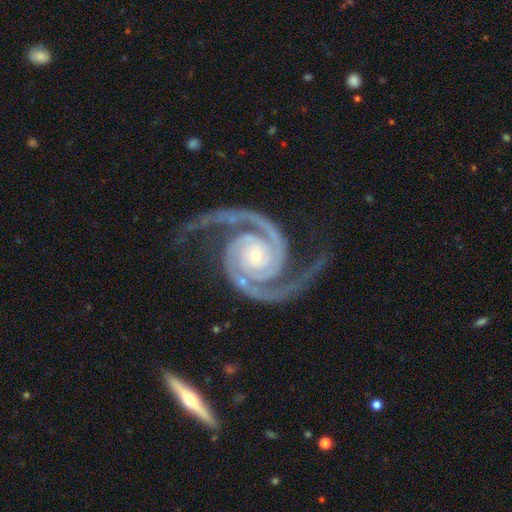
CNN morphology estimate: smooth_or_featured: featured or disk (p=0.95) [alt: star or artifact p=0.03]
disk_edge_on: no (p=0.98) [alt: yes p=0.02]
bar: no (p=0.76) [alt: weak p=0.14]
has_spiral_arms: yes (p=0.99) [alt: no p=0.01]
spiral_winding: tight (p=0.54) [alt: medium p=0.39]
spiral_arm_count: 2 (p=0.94) [alt: 3 p=0.02]
bulge_size: small (p=0.71) [alt: moderate p=0.26]
merging: none (p=0.79) [alt: minor disturbance p=0.12]